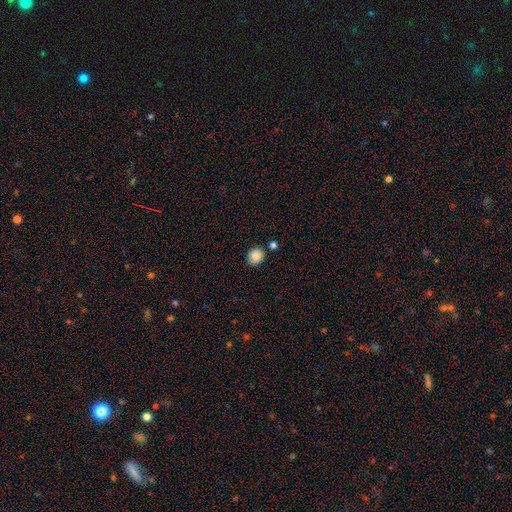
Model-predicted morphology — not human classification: smooth_or_featured: smooth (p=0.87) [alt: star or artifact p=0.09]
how_rounded: round (p=0.72) [alt: in between p=0.27]
merging: none (p=0.78) [alt: minor disturbance p=0.13]